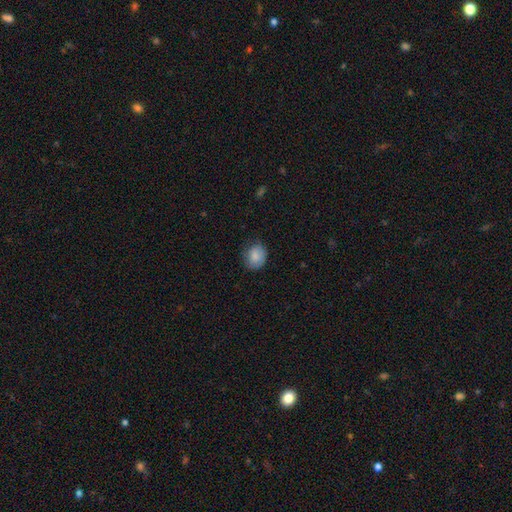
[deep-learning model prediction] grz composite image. It shows a smooth galaxy with no disk features (82%) that is round (56%). Merging: none (69%).